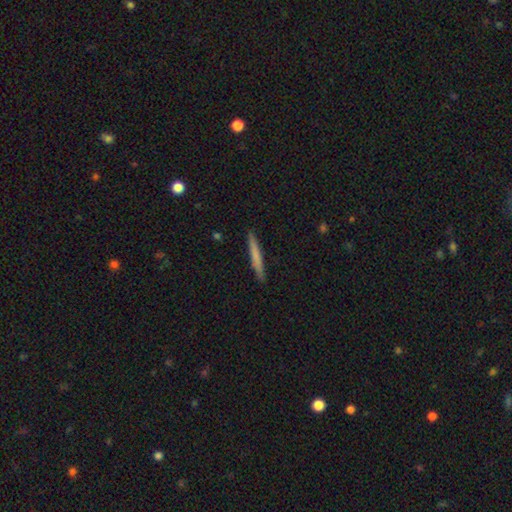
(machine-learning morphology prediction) smooth-or-featured: smooth: 68% | featured or disk: 27% | star or artifact: 5%
  how-rounded: cigar-shaped: 96% | in between: 2% | round: 1%
  merging: none: 91% | minor disturbance: 6% | major disturbance: 1% | merger: 1%